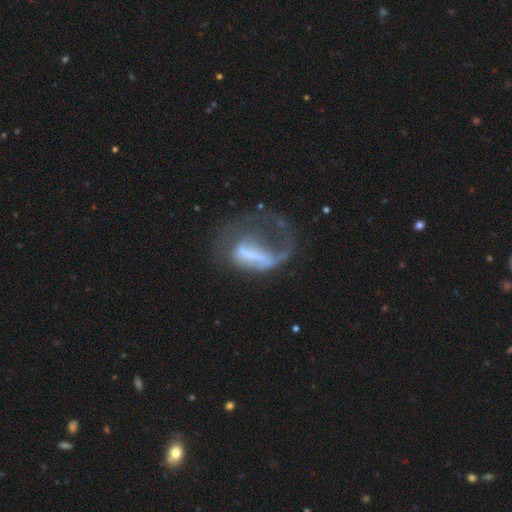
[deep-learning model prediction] Smooth or featured? featured or disk (59%)
Edge-on disk? no (93%)
Bar? no (46%)
Spiral arms? no (56%)
Bulge size? none (50%)
Merging? major disturbance (59%)